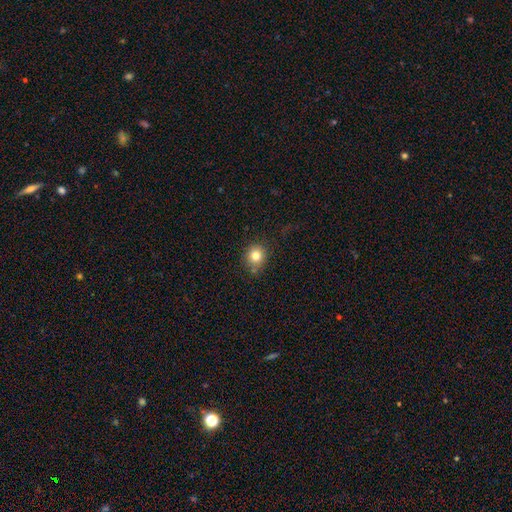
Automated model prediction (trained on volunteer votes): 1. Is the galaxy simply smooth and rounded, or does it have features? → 80% smooth, 12% star or artifact, 8% featured or disk.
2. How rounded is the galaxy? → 83% round, 16% in between, 1% cigar-shaped.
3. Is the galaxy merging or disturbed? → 79% none, 14% minor disturbance, 4% major disturbance, 3% merger.